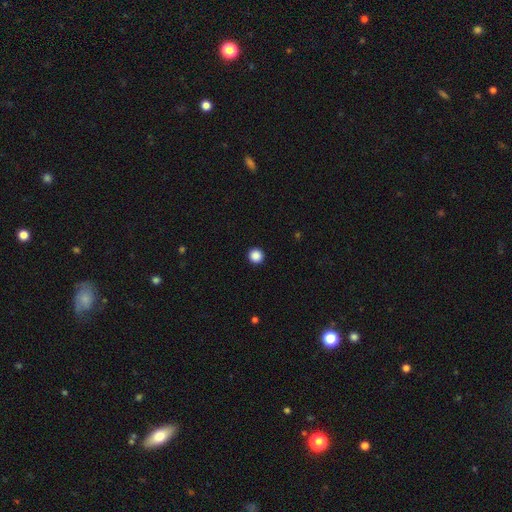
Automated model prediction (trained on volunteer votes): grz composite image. It shows a smooth galaxy with no disk features (88%) that is round (96%). Merging: none (94%).